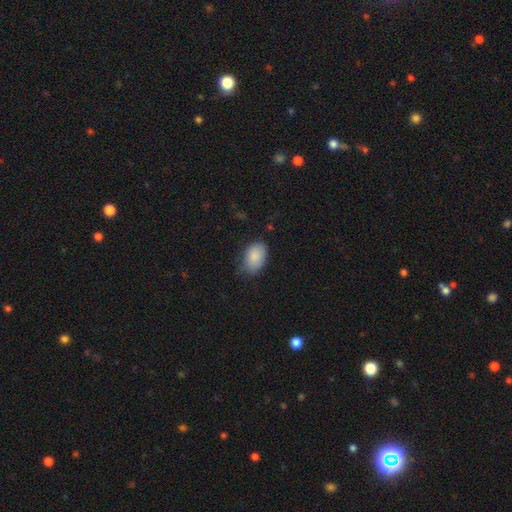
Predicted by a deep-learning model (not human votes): This appears to be a smooth galaxy with no disk features (87%) that is in between round and cigar-shaped (88%). Merging: none (65%).